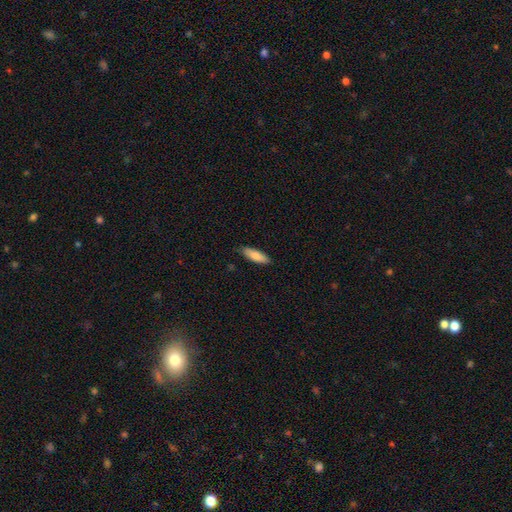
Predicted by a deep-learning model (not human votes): smooth_or_featured: smooth (p=0.85) [alt: featured or disk p=0.09]
how_rounded: in between (p=0.55) [alt: cigar-shaped p=0.44]
merging: none (p=0.84) [alt: minor disturbance p=0.13]